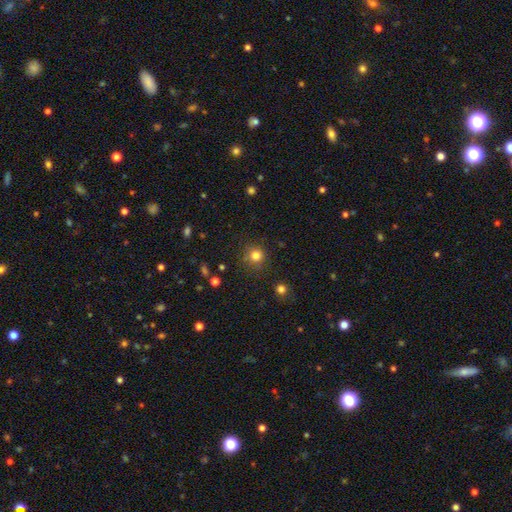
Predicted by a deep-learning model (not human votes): smooth-or-featured: smooth: 82% | star or artifact: 14% | featured or disk: 5%
  how-rounded: round: 93% | in between: 6% | cigar-shaped: 1%
  merging: none: 85% | minor disturbance: 9% | major disturbance: 3% | merger: 2%